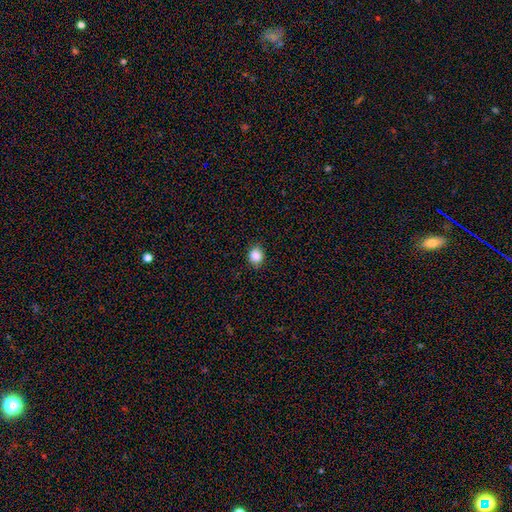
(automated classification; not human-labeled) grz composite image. It shows a smooth galaxy with no disk features (87%) that is round (74%). Merging: none (88%).